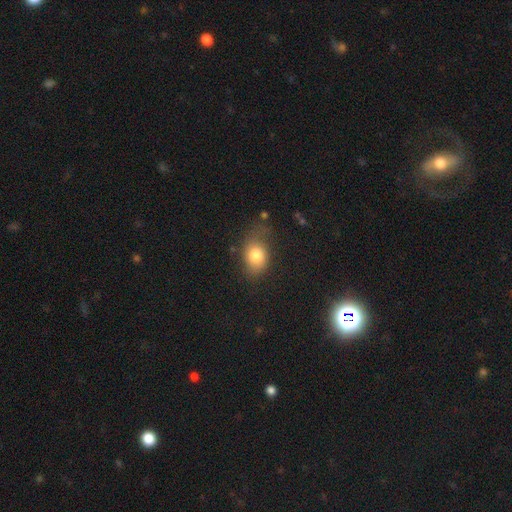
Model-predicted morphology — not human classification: Smooth or featured: smooth — 79% (featured or disk — 12%)
How rounded: in between — 65% (round — 33%)
Merging: none — 57% (minor disturbance — 27%)